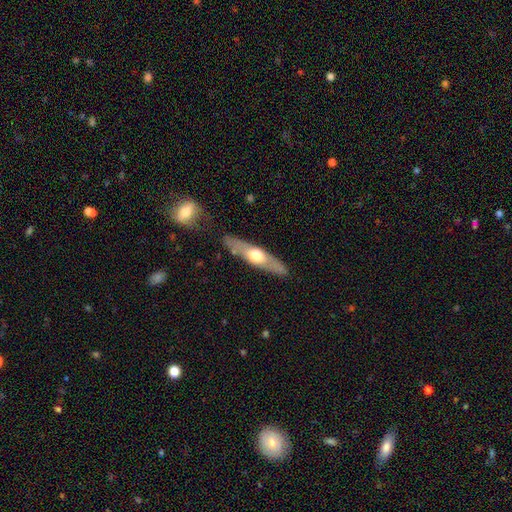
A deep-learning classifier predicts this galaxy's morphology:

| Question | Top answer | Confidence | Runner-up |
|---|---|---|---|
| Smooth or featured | featured or disk | 55% | smooth (41%) |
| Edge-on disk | yes | 80% | no (20%) |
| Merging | none | 84% | minor disturbance (11%) |